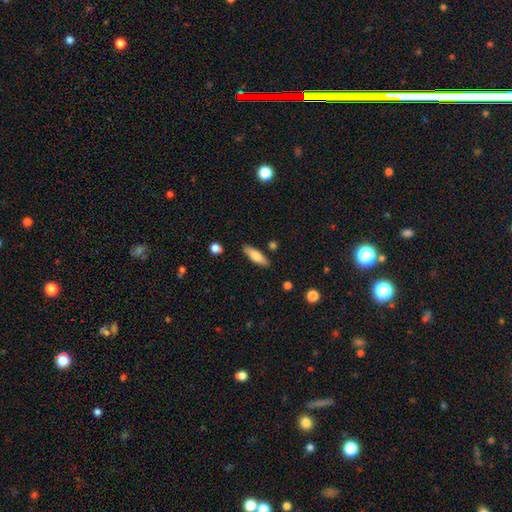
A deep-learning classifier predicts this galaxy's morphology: smooth 71%, featured or disk 23%, star or artifact 6%. Down the decision tree: how rounded — cigar-shaped (51%); merging — none (85%).